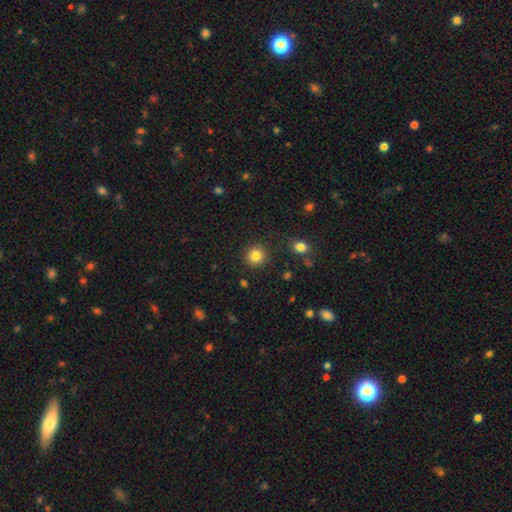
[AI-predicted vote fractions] Smooth or featured?
  - smooth: 84% *
  - star or artifact: 11%
  - featured or disk: 6%
How rounded?
  - round: 91% *
  - in between: 8%
  - cigar-shaped: 1%
Merging?
  - none: 89% *
  - minor disturbance: 6%
  - major disturbance: 2%
  - merger: 2%